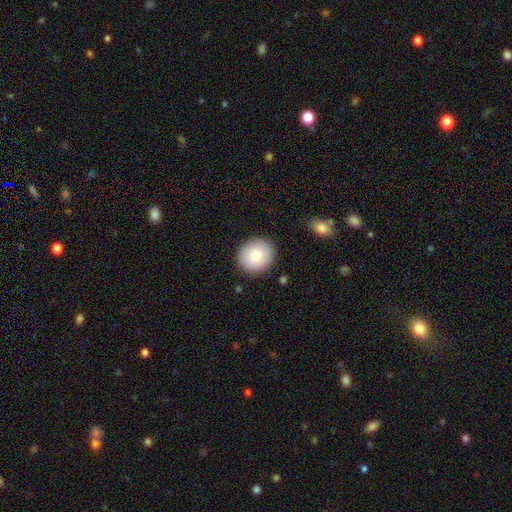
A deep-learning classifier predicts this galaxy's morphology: Smooth or featured? smooth (82%)
How rounded? round (77%)
Merging? none (88%)